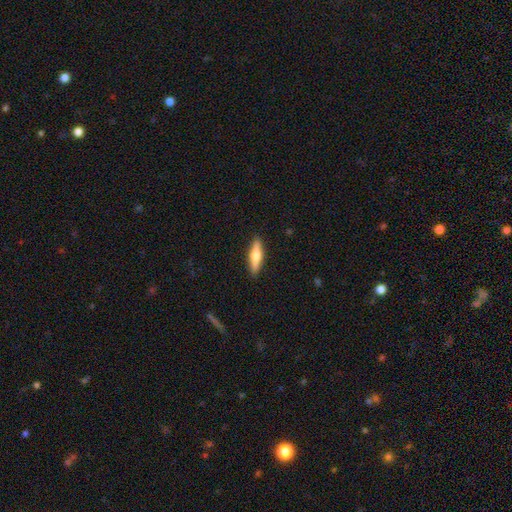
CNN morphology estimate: The model was most divided on "smooth or featured": smooth: 50%, featured or disk: 44%, star or artifact: 6%. More confident: merging — none (90%); how rounded — cigar-shaped (67%).